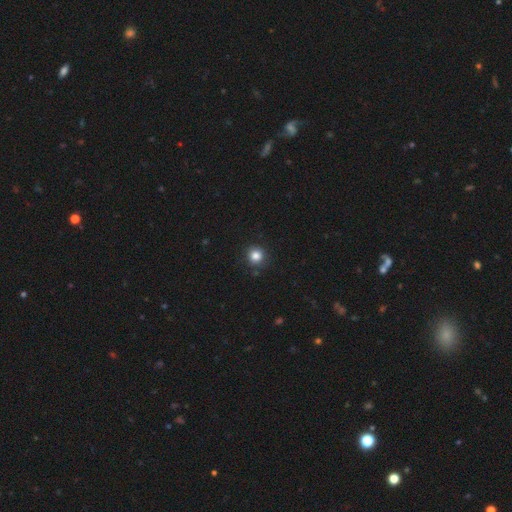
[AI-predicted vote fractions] A smooth galaxy with no disk features (84%) that is round (93%).

Vote fractions:
- Smooth or featured? smooth: 84% / star or artifact: 12% / featured or disk: 5%
- How rounded? round: 93% / in between: 6% / cigar-shaped: 1%
- Merging? none: 89% / minor disturbance: 8% / major disturbance: 2% / merger: 1%